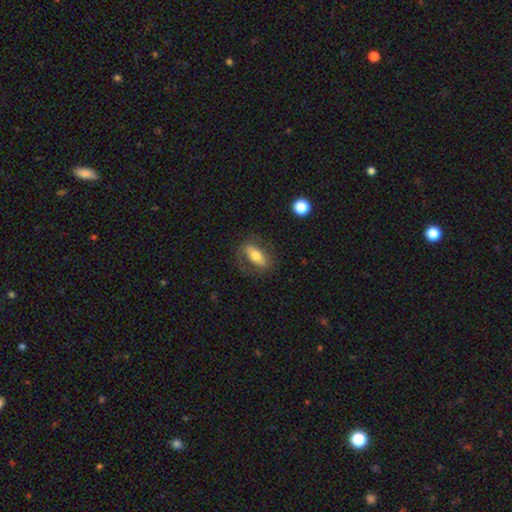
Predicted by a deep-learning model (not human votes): Smooth or featured: smooth — 52% (featured or disk — 41%)
How rounded: in between — 72% (cigar-shaped — 22%)
Merging: none — 72% (minor disturbance — 16%)